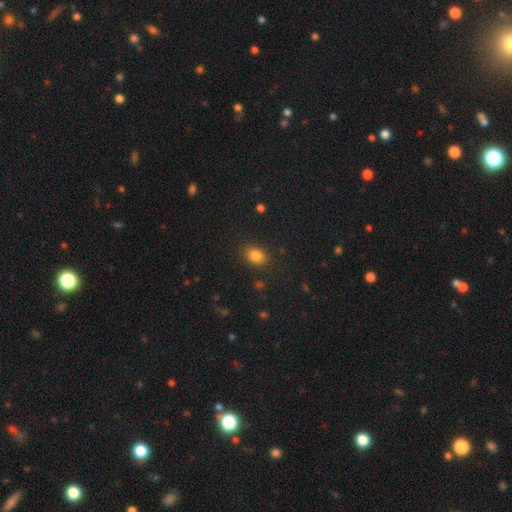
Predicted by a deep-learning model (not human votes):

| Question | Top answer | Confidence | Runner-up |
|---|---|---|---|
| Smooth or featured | smooth | 83% | star or artifact (11%) |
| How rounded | in between | 68% | round (31%) |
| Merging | none | 86% | minor disturbance (9%) |